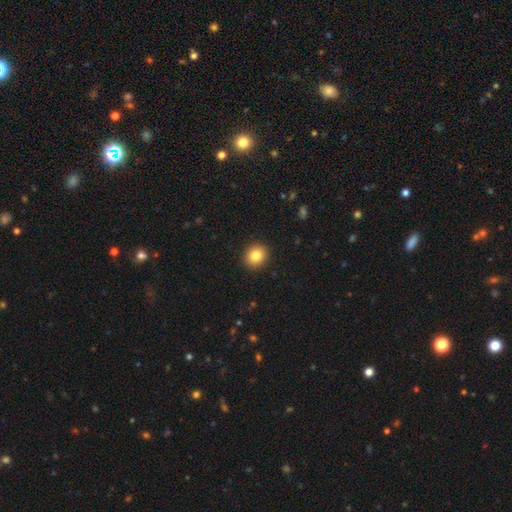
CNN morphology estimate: Smooth or featured? smooth (82%)
How rounded? round (80%)
Merging? none (92%)